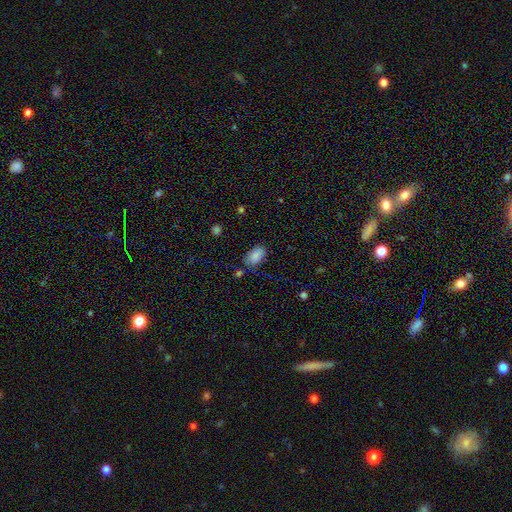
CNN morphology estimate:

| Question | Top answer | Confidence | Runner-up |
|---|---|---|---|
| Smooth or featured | smooth | 87% | star or artifact (8%) |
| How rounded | in between | 93% | round (5%) |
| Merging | none | 71% | minor disturbance (19%) |